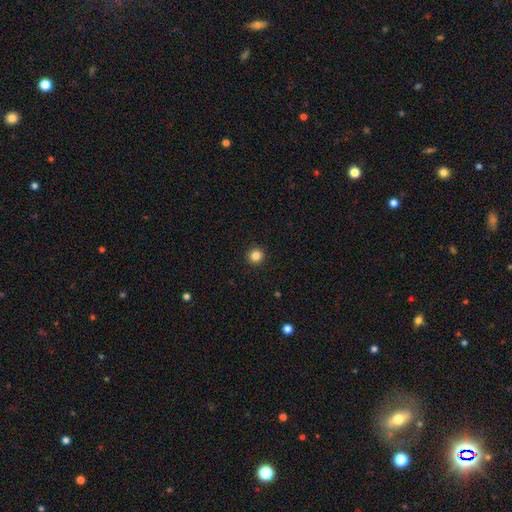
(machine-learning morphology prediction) The model was most divided on "smooth or featured": smooth: 85%, star or artifact: 11%, featured or disk: 4%. More confident: how rounded — round (94%); merging — none (93%).